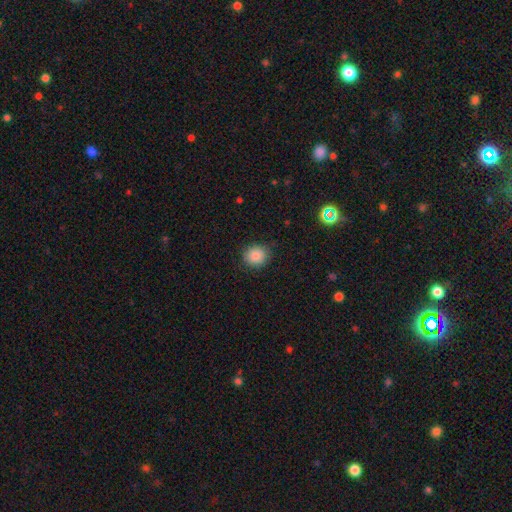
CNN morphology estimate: A smooth galaxy with no disk features (87%) that is round (78%). Merging: none (86%).